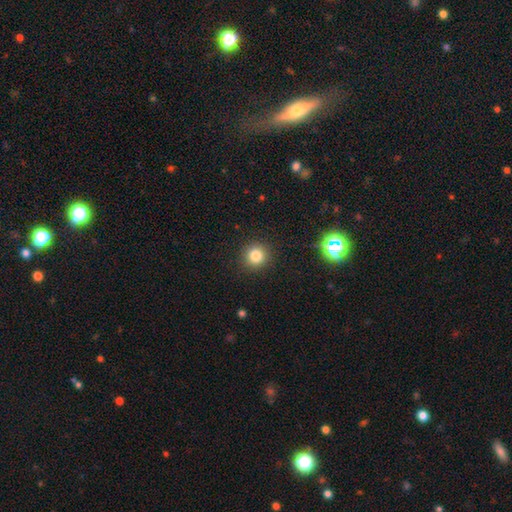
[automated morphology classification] A smooth galaxy with no disk features (82%) that is round (92%). Merging: none (90%).